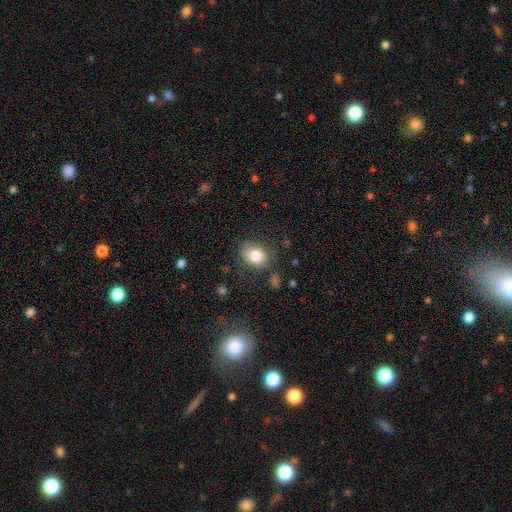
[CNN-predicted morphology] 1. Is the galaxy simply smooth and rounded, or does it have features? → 81% smooth, 10% featured or disk, 9% star or artifact.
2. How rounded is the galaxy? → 55% in between, 45% round, 1% cigar-shaped.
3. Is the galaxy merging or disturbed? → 75% none, 17% minor disturbance, 6% major disturbance, 2% merger.